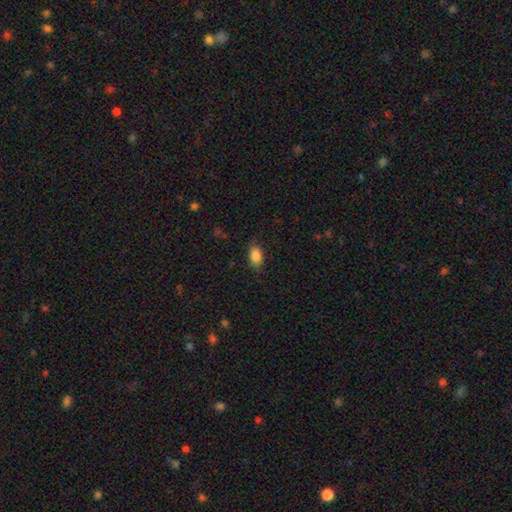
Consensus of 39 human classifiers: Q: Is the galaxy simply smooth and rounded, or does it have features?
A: smooth — 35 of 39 (90%).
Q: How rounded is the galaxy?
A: in between — 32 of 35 (91%).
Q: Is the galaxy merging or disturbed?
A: none — 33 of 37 (89%).